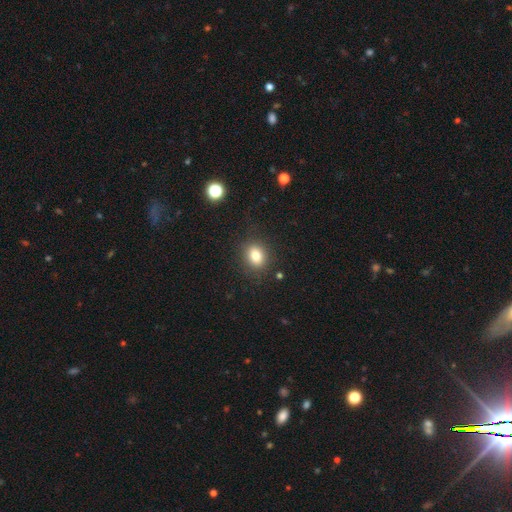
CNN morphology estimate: smooth 81%, star or artifact 11%, featured or disk 7%. Down the decision tree: how rounded — in between (52%); merging — none (85%).